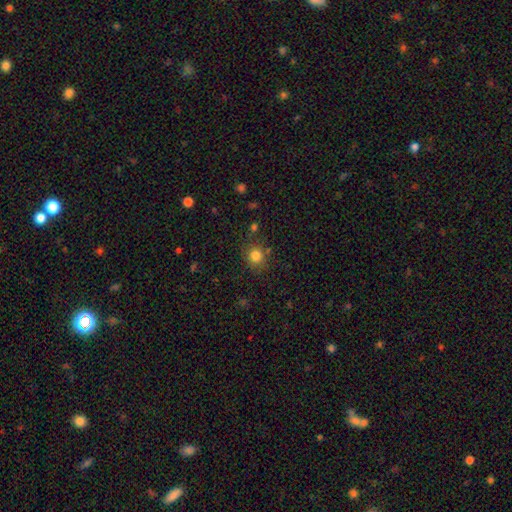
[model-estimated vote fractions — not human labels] A smooth galaxy with no disk features (83%) that is round (86%). Merging: none (80%).